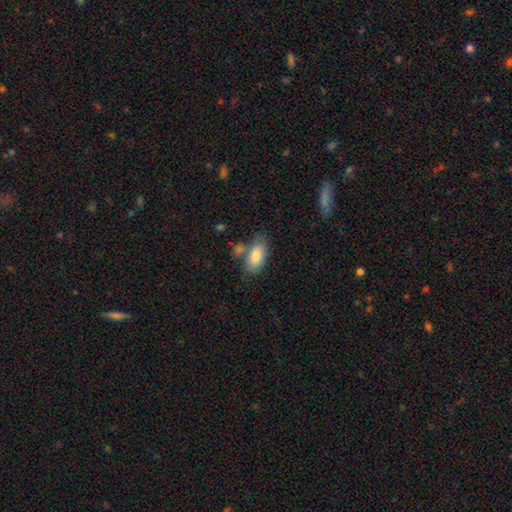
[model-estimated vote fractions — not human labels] smooth 81%, featured or disk 12%, star or artifact 6%. Down the decision tree: how rounded — in between (91%); merging — none (56%).